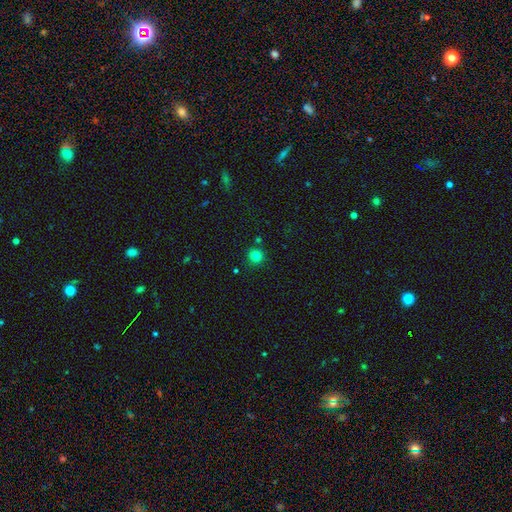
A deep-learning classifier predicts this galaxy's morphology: A smooth galaxy with no disk features (79%) that is round (94%).

Vote fractions:
- Smooth or featured? smooth: 79% / star or artifact: 15% / featured or disk: 6%
- How rounded? round: 94% / in between: 5% / cigar-shaped: 1%
- Merging? none: 86% / minor disturbance: 7% / merger: 5% / major disturbance: 2%